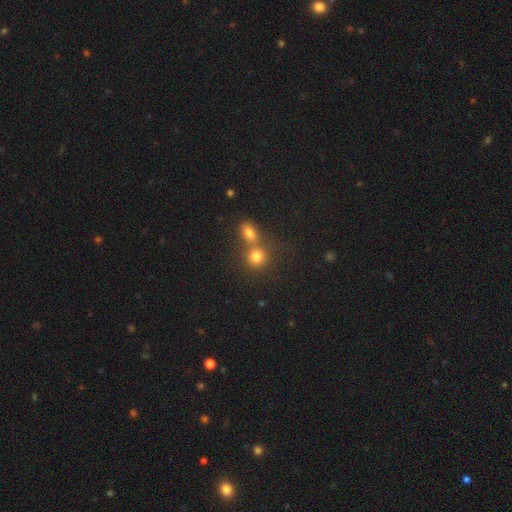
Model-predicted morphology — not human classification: smooth 76%, star or artifact 15%, featured or disk 9%. Down the decision tree: how rounded — round (80%); merging — merger (47%).